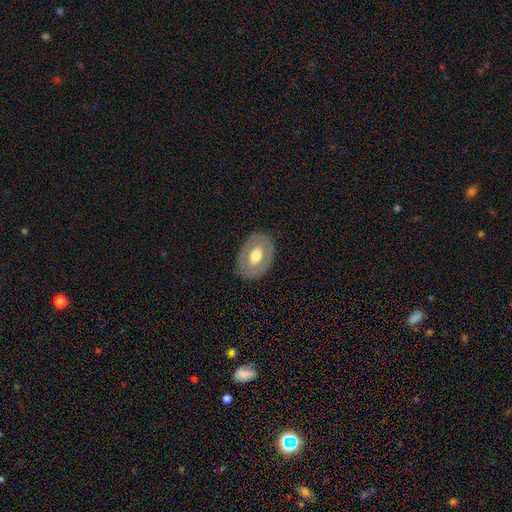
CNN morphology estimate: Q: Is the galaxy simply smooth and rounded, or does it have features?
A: smooth — 48%.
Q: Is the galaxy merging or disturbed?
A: none — 82%.